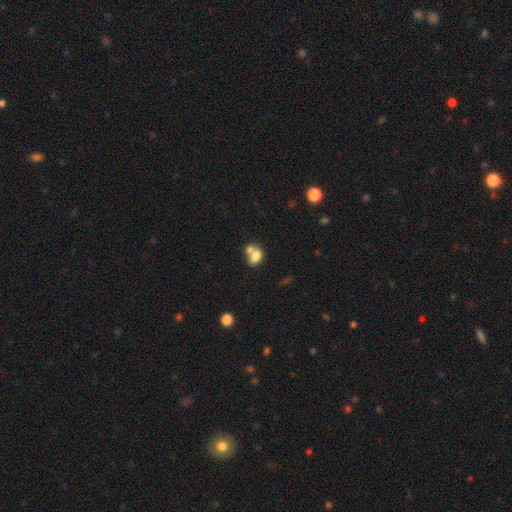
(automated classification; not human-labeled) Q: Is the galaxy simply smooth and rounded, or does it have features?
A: smooth — 76%.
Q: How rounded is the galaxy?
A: in between — 69%.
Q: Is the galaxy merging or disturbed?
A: merger — 56%.